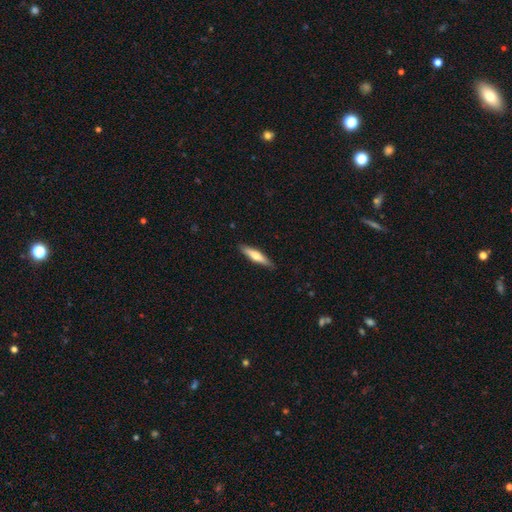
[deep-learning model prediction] Smooth or featured? Predicted: smooth (p=0.61). How rounded? Predicted: cigar-shaped (p=0.81). Merging? Predicted: none (p=0.88).